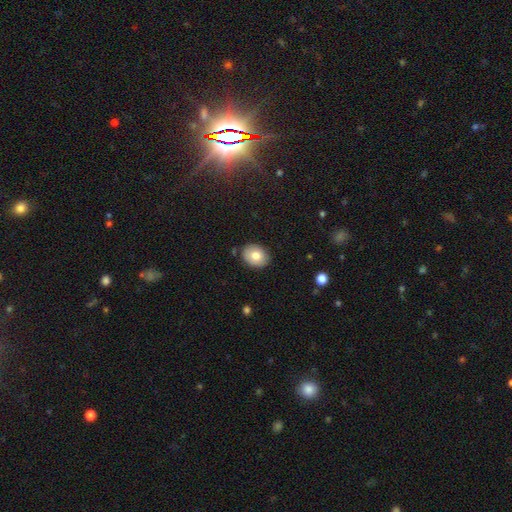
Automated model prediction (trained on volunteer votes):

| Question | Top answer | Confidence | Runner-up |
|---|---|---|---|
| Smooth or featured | smooth | 76% | featured or disk (16%) |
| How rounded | in between | 57% | round (43%) |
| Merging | none | 86% | minor disturbance (10%) |